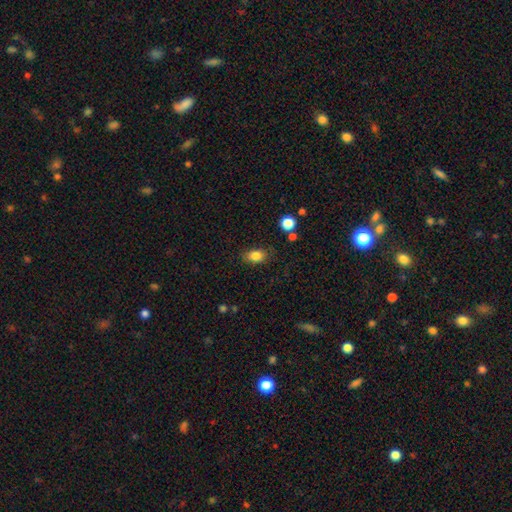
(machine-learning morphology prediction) Smooth or featured? Predicted: smooth (p=0.83). How rounded? Predicted: in between (p=0.77). Merging? Predicted: none (p=0.81).